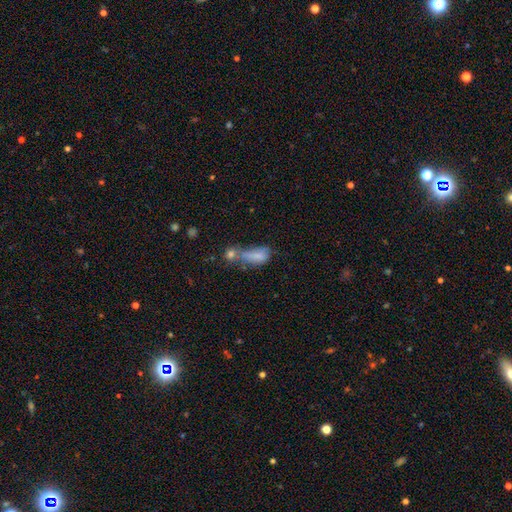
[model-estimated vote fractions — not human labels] Smooth or featured? Predicted: smooth (p=0.71). How rounded? Predicted: in between (p=0.73). Merging? Predicted: merger (p=0.46).